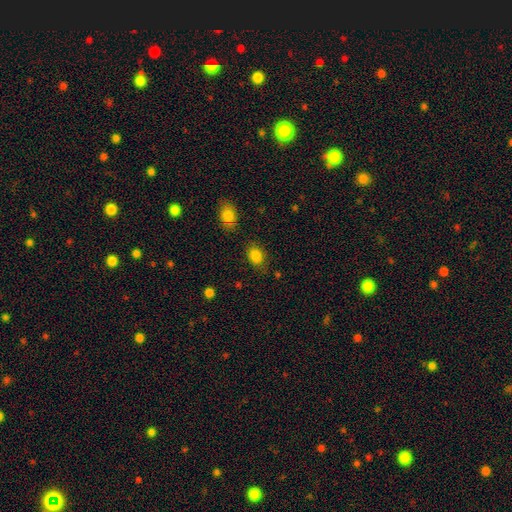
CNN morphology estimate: type=smooth (85%); roundness=in between (75%); merging=none (77%).